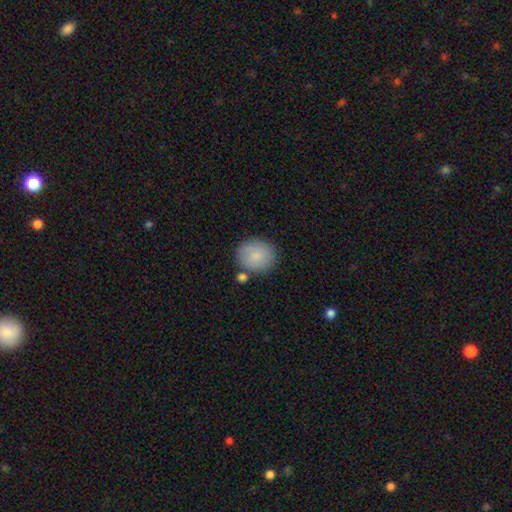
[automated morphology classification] Overall: smooth (84%). How rounded: round (73%). Merging: none (70%).